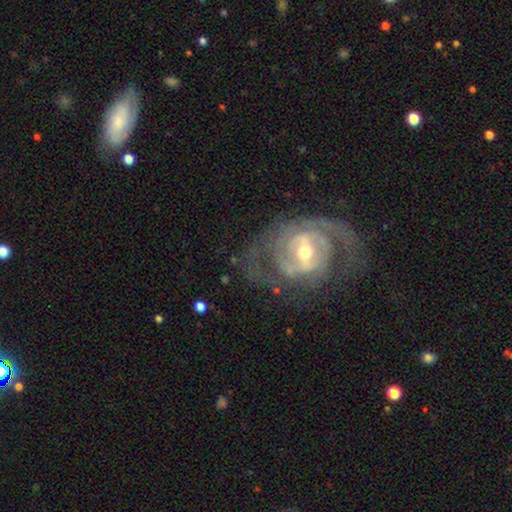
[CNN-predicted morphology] featured or disk 87%, star or artifact 7%, smooth 7%. Down the decision tree: edge-on disk — no (97%); bar — weak (44%); spiral arms — yes (92%); spiral arm count — 2 (55%); spiral winding — tight (48%); bulge size — moderate (52%); merging — none (65%).